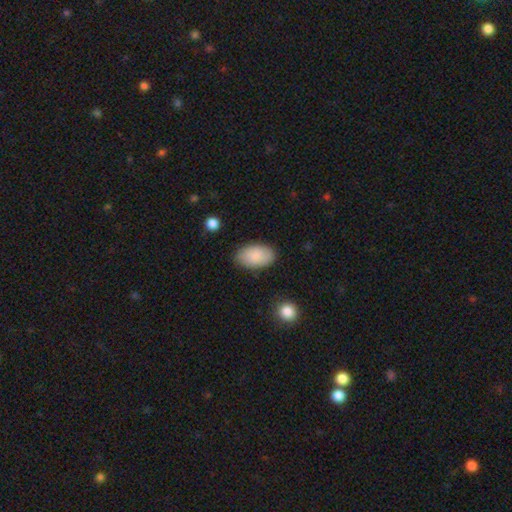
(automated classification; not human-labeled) Smooth or featured? Predicted: smooth (p=0.88). How rounded? Predicted: in between (p=0.94). Merging? Predicted: none (p=0.84).